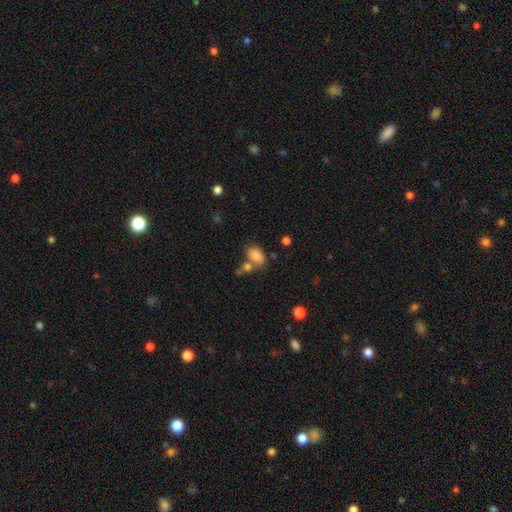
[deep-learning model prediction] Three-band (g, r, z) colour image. It shows a smooth galaxy with no disk features (84%) that is in between round and cigar-shaped (84%). Merging: none (51%).